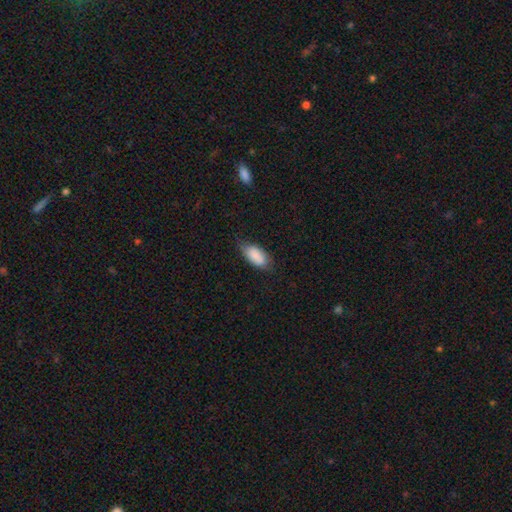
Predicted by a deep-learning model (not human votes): This appears to be a smooth galaxy with no disk features (85%) that is in between round and cigar-shaped (90%). Merging: none (60%).